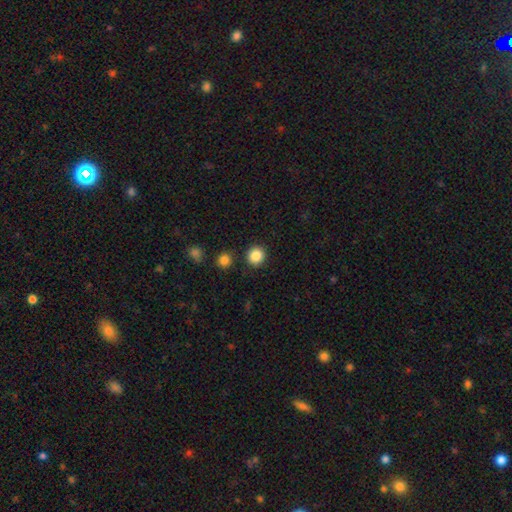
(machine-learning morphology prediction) The model was most divided on "smooth or featured": smooth: 86%, star or artifact: 10%, featured or disk: 4%. More confident: how rounded — round (91%); merging — none (89%).